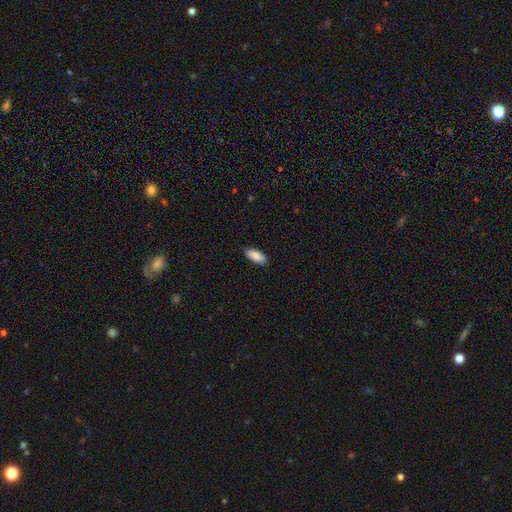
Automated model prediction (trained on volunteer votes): This is clearly a smooth galaxy (87%). How rounded: clearly in between (88%). Merging: clearly none (86%).